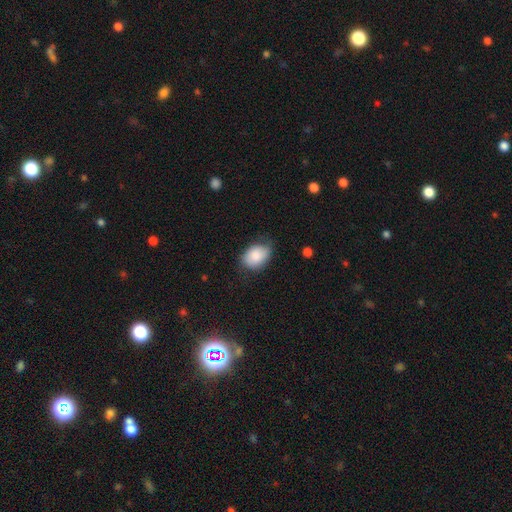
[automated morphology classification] Smooth or featured? smooth (83%)
How rounded? in between (77%)
Merging? none (66%)